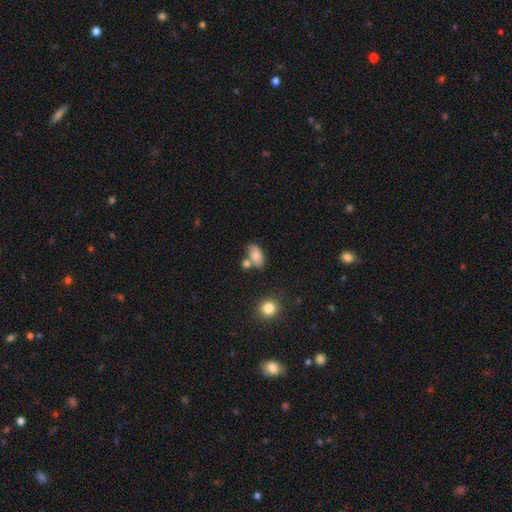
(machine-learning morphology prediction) Smooth or featured?
  - smooth: 81% *
  - featured or disk: 10%
  - star or artifact: 9%
How rounded?
  - in between: 89% *
  - round: 7%
  - cigar-shaped: 4%
Merging?
  - none: 54% *
  - merger: 22%
  - minor disturbance: 18%
  - major disturbance: 6%